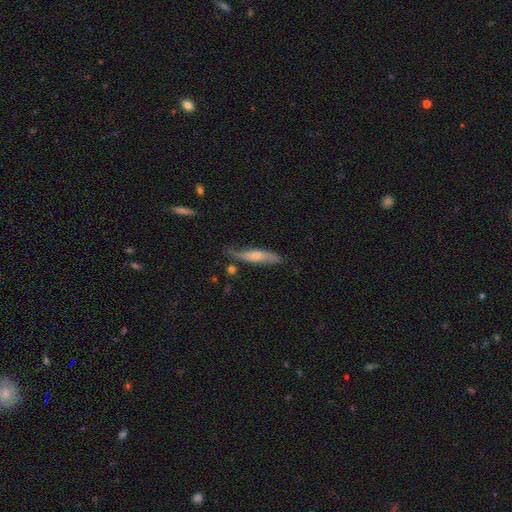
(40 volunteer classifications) Q: Smooth or featured?
A: featured or disk (50%); runner-up: smooth (42%)
Q: Edge-on disk?
A: yes (55%); runner-up: no (45%)
Q: Edge-on bulge?
A: rounded (73%); runner-up: none (27%)
Q: Merging?
A: none (54%); runner-up: minor disturbance (32%)